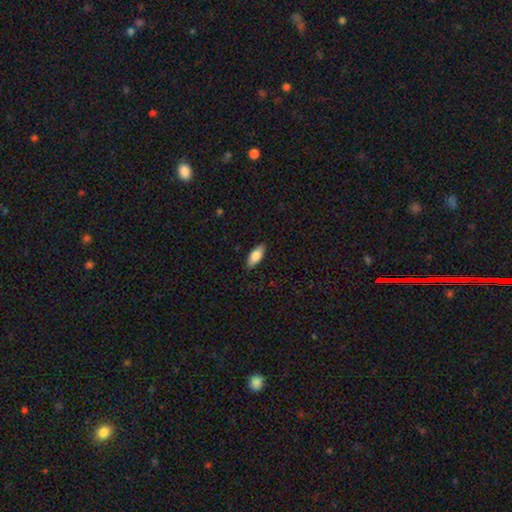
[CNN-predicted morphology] Smooth or featured? smooth (82%)
How rounded? in between (82%)
Merging? none (88%)